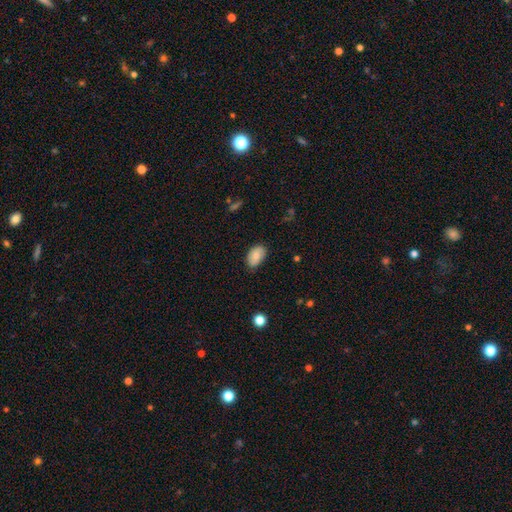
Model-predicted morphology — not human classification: smooth-or-featured: smooth: 74% | featured or disk: 19% | star or artifact: 7%
  how-rounded: in between: 91% | round: 8% | cigar-shaped: 1%
  merging: none: 76% | minor disturbance: 20% | major disturbance: 3% | merger: 1%